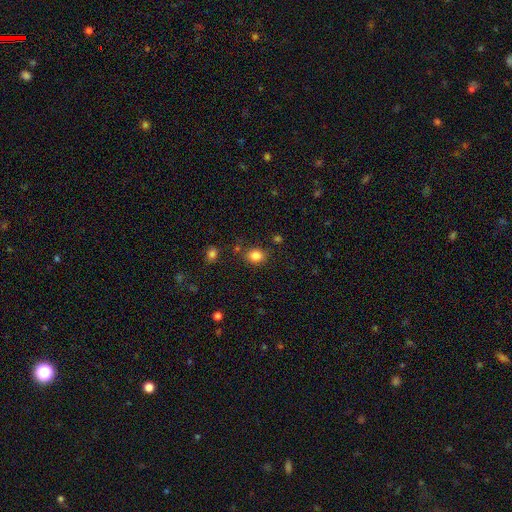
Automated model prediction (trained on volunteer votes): A smooth galaxy with no disk features (84%) that is round (56%).

Vote fractions:
- Smooth or featured? smooth: 84% / star or artifact: 11% / featured or disk: 5%
- How rounded? round: 56% / in between: 43% / cigar-shaped: 1%
- Merging? none: 79% / minor disturbance: 12% / merger: 5% / major disturbance: 4%